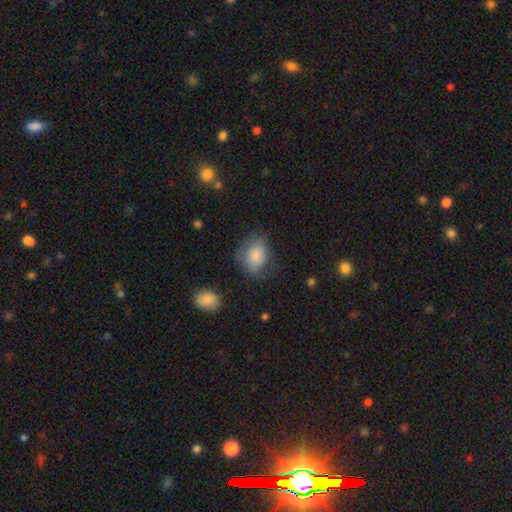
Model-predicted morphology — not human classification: Smooth or featured: smooth — 76% (featured or disk — 16%)
How rounded: in between — 60% (round — 38%)
Merging: none — 59% (minor disturbance — 26%)